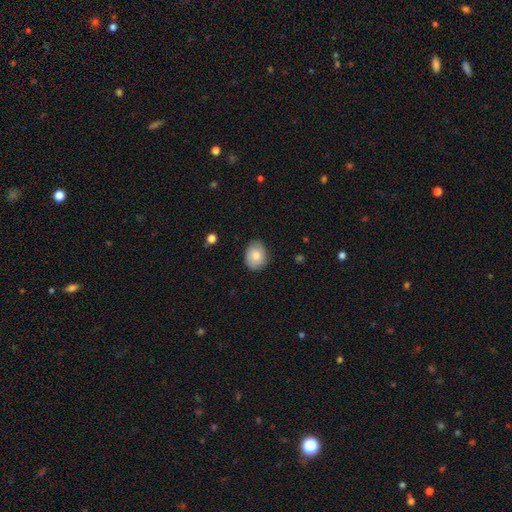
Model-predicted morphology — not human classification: Smooth or featured? Predicted: smooth (p=0.80). How rounded? Predicted: in between (p=0.59). Merging? Predicted: none (p=0.82).